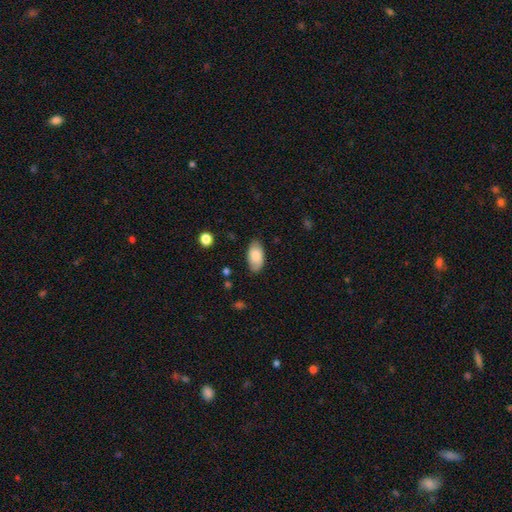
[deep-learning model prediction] Smooth or featured? Predicted: smooth (p=0.83). How rounded? Predicted: in between (p=0.95). Merging? Predicted: none (p=0.82).